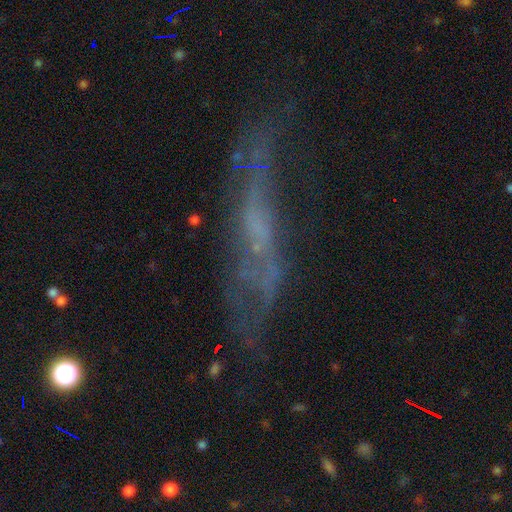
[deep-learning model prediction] Smooth or featured? Predicted: featured or disk (p=0.58). Edge-on disk? Predicted: no (p=0.59). Merging? Predicted: none (p=0.51).